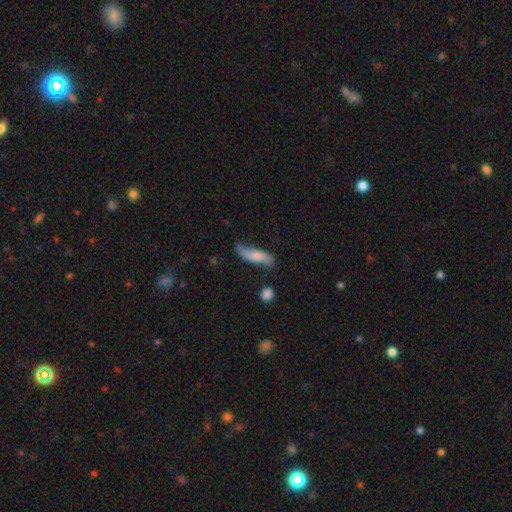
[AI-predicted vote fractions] smooth 47%, featured or disk 46%, star or artifact 7%. Down the decision tree: merging — none (56%).